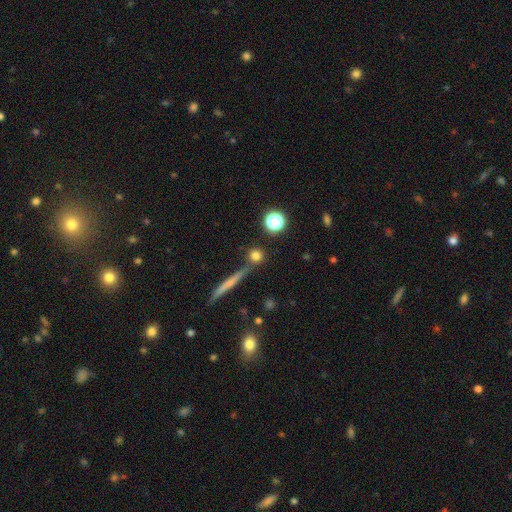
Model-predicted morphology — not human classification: A smooth galaxy with no disk features (76%) that is round (88%).

Vote fractions:
- Smooth or featured? smooth: 76% / star or artifact: 14% / featured or disk: 10%
- How rounded? round: 88% / cigar-shaped: 6% / in between: 6%
- Merging? none: 78% / merger: 11% / minor disturbance: 8% / major disturbance: 3%